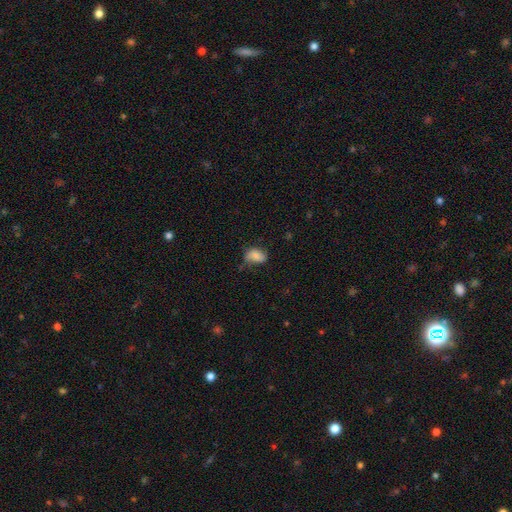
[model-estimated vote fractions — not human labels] Smooth or featured: smooth — 70% (featured or disk — 21%)
How rounded: in between — 81% (round — 17%)
Merging: none — 49% (minor disturbance — 35%)